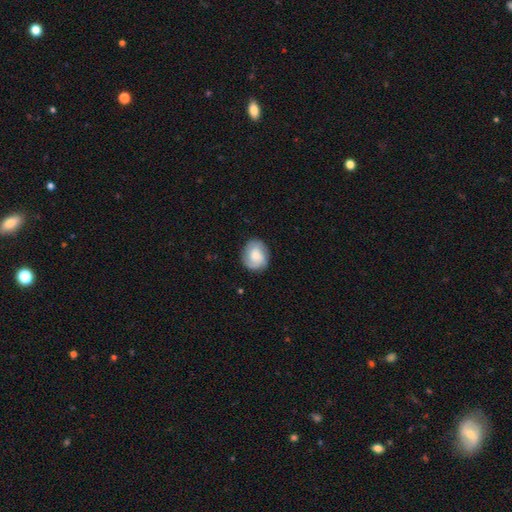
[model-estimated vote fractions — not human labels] featured or disk 56%, smooth 37%, star or artifact 7%. Down the decision tree: edge-on disk — no (98%); bar — no (66%); spiral arms — yes (92%); spiral arm count — 2 (48%); spiral winding — tight (49%); bulge size — moderate (45%); merging — none (82%).